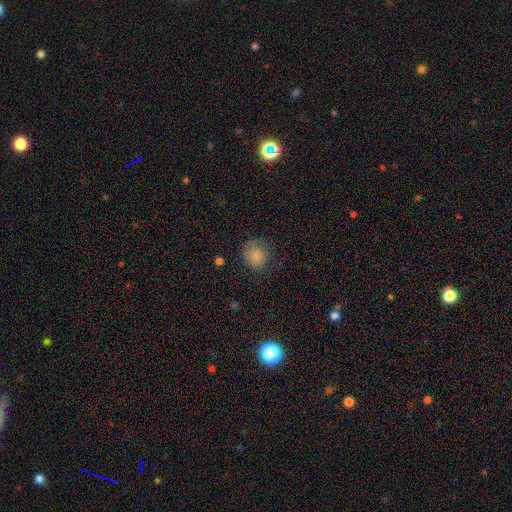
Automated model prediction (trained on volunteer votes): This appears to be a smooth galaxy with no disk features (80%) that is round (83%). Merging: none (66%).